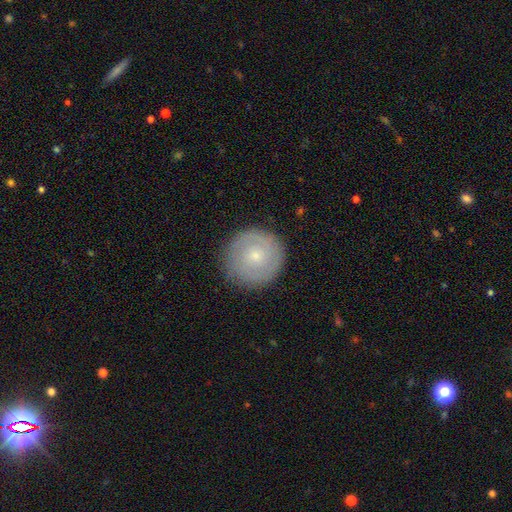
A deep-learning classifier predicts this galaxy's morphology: Smooth or featured? featured or disk (50%)
Merging? none (87%)